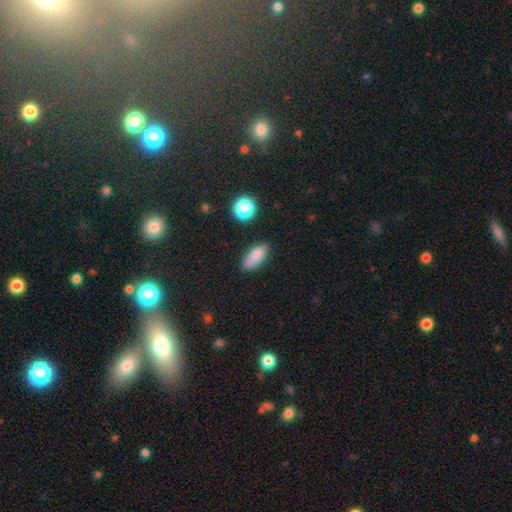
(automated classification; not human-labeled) A smooth galaxy with no disk features (83%) that is in between round and cigar-shaped (79%). Merging: none (78%).